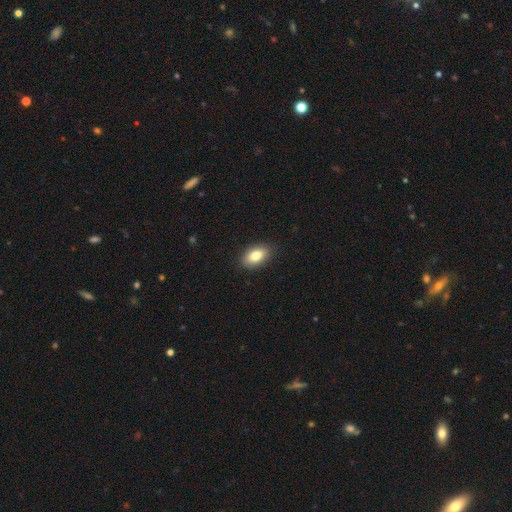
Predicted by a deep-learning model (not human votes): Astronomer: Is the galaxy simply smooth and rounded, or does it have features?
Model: smooth — 82%.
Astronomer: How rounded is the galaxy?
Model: in between — 91%.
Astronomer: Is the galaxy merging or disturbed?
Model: none — 87%.